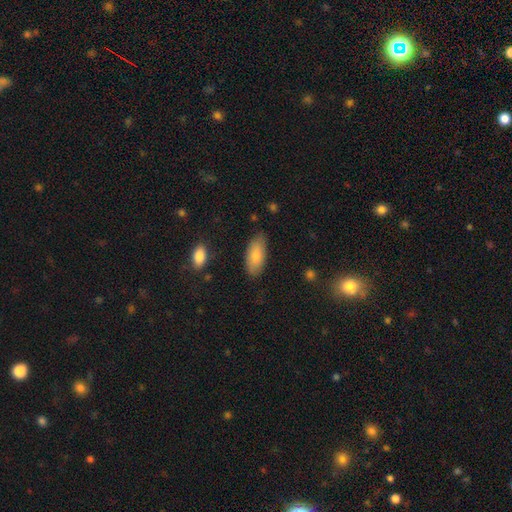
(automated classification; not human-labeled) Morphology: type=smooth (79%); roundness=in between (87%); merging=none (82%).